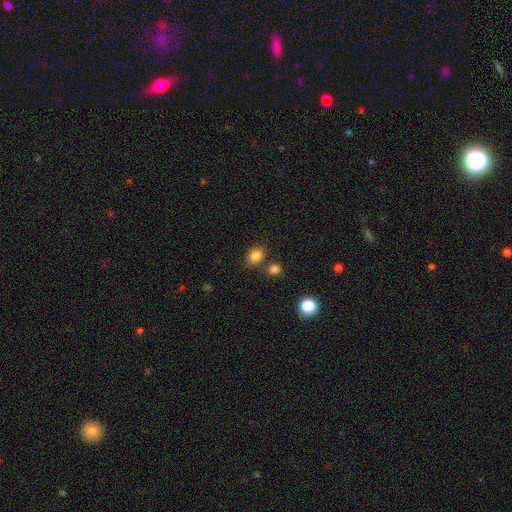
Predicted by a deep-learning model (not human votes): This appears to be a smooth galaxy with no disk features (83%) that is round (57%). Merging: none (73%).